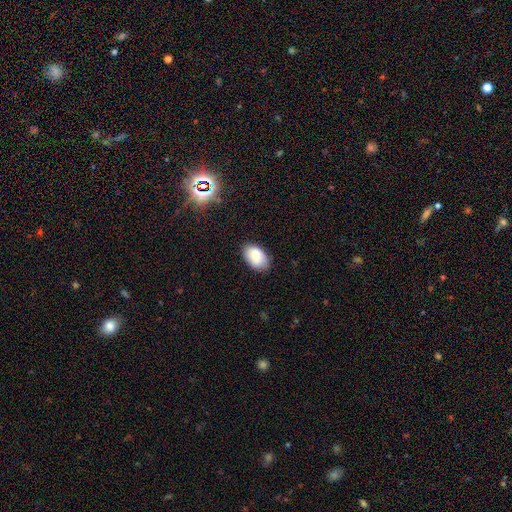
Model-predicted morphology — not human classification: A smooth galaxy with no disk features (84%) that is in between round and cigar-shaped (92%). Merging: none (82%).